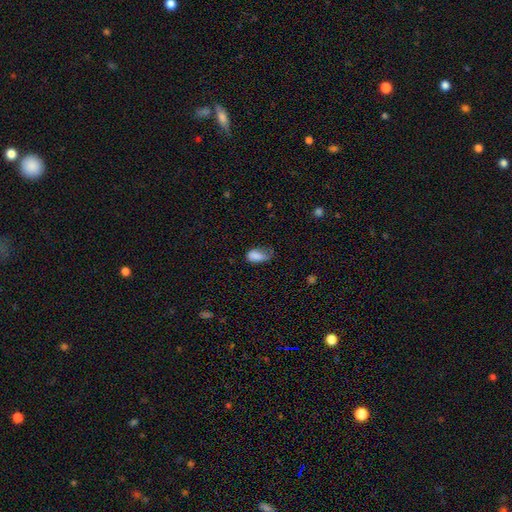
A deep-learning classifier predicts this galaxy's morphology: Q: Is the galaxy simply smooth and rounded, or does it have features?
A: smooth — 82%.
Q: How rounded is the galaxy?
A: in between — 90%.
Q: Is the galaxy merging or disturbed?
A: minor disturbance — 42%.